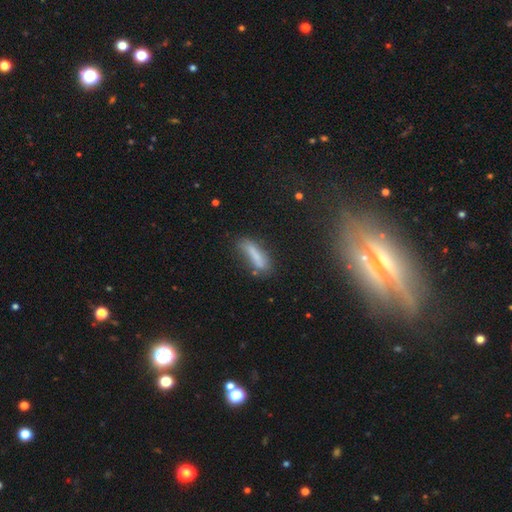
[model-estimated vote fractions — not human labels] Smooth or featured?
  - smooth: 71% *
  - featured or disk: 18%
  - star or artifact: 11%
How rounded?
  - cigar-shaped: 73% *
  - in between: 25%
  - round: 2%
Merging?
  - none: 62% *
  - minor disturbance: 24%
  - major disturbance: 9%
  - merger: 5%